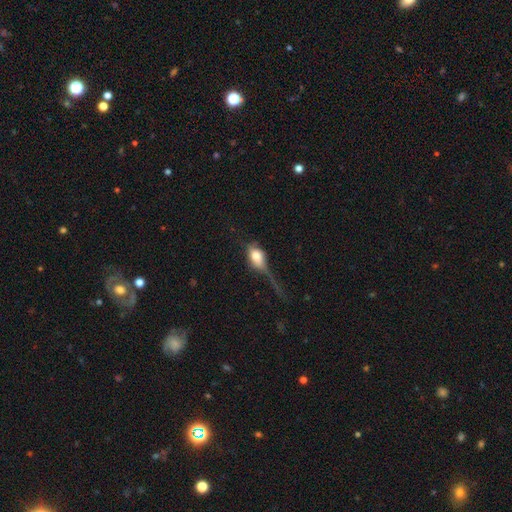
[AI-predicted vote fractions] smooth 55%, featured or disk 35%, star or artifact 10%. Down the decision tree: how rounded — in between (72%); merging — major disturbance (44%).